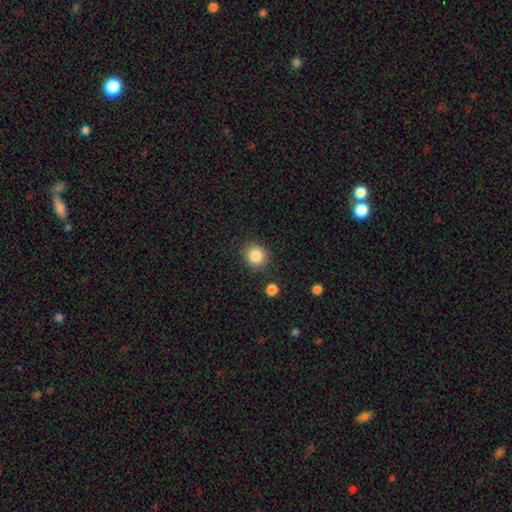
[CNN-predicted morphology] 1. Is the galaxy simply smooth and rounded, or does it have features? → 86% smooth, 9% star or artifact, 4% featured or disk.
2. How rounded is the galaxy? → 87% round, 12% in between, 1% cigar-shaped.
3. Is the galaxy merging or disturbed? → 86% none, 8% minor disturbance, 3% merger, 3% major disturbance.